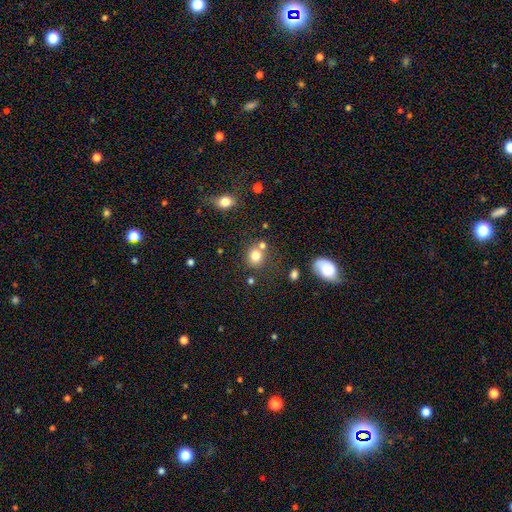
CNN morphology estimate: Overall: smooth (77%). How rounded: round (79%). Merging: none (63%).